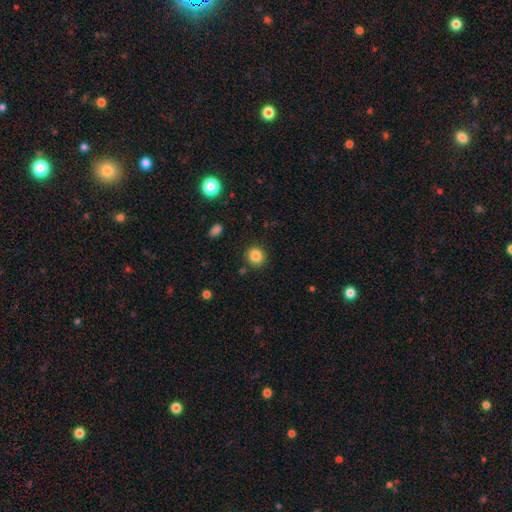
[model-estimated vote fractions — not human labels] Smooth or featured?
  - smooth: 85% *
  - star or artifact: 11%
  - featured or disk: 5%
How rounded?
  - round: 87% *
  - in between: 12%
  - cigar-shaped: 1%
Merging?
  - none: 88% *
  - minor disturbance: 7%
  - merger: 2%
  - major disturbance: 2%